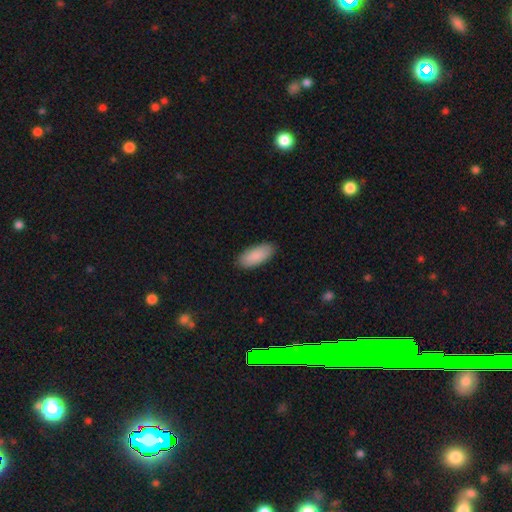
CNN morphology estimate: This appears to be a smooth galaxy with no disk features (90%) that is in between round and cigar-shaped (90%). Merging: none (89%).